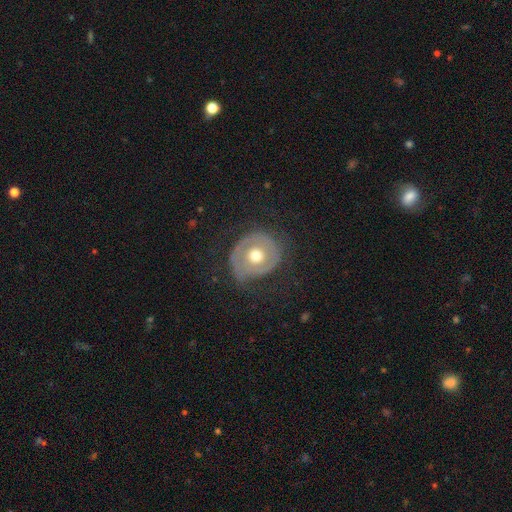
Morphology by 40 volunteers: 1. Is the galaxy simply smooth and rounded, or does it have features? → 62% featured or disk, 30% smooth, 8% star or artifact.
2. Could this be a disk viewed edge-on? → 100% no, 0% yes.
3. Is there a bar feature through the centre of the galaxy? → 96% no, 4% weak, 0% strong.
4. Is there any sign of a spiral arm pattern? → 60% yes, 40% no.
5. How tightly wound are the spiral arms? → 60% tight, 20% medium, 20% loose.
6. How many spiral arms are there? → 47% 1, 27% 2, 27% can't tell, 0% 3, 0% 4, 0% more than 4.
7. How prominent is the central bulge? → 88% moderate, 4% dominant, 4% large, 4% small, 0% none.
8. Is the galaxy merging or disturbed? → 49% none, 46% minor disturbance, 5% major disturbance, 0% merger.